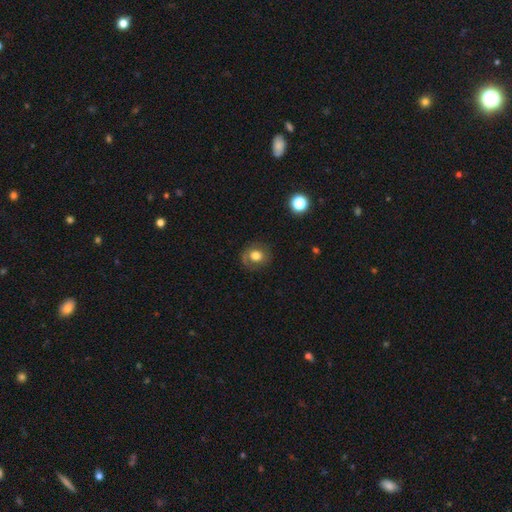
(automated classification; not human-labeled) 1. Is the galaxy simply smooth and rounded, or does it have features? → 64% smooth, 25% featured or disk, 11% star or artifact.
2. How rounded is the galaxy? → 77% round, 22% in between, 1% cigar-shaped.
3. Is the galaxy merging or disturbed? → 75% none, 16% minor disturbance, 8% major disturbance, 1% merger.